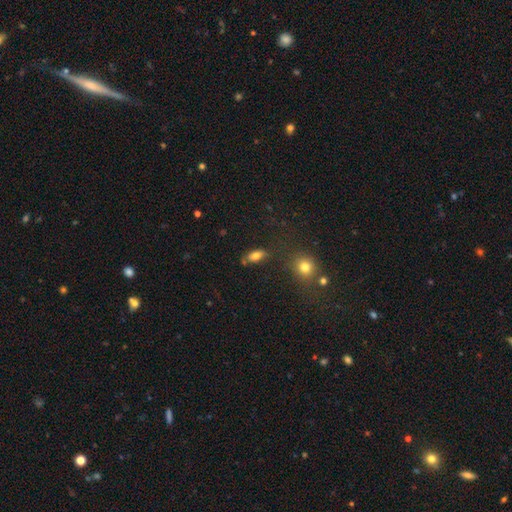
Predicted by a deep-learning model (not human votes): Smooth or featured? smooth (77%)
How rounded? in between (83%)
Merging? none (72%)